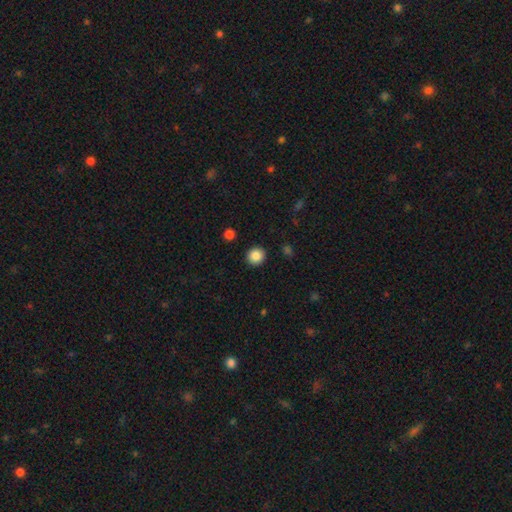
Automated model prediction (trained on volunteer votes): Smooth or featured? smooth (87%)
How rounded? round (91%)
Merging? none (92%)